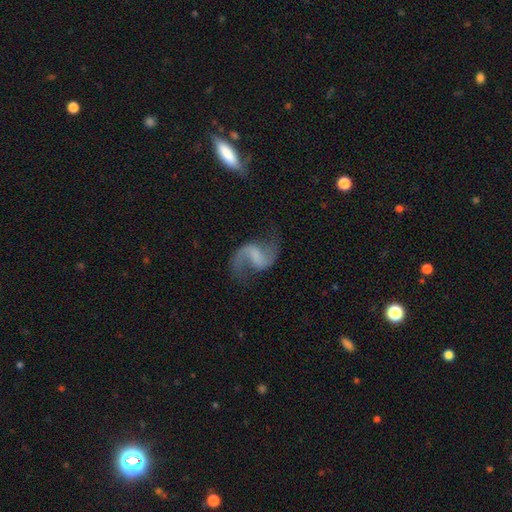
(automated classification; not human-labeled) Smooth or featured? featured or disk (88%)
Edge-on disk? no (98%)
Bar? weak (48%)
Spiral arms? yes (97%)
Spiral winding? loose (68%)
Spiral arm count? 2 (93%)
Bulge size? none (57%)
Merging? none (74%)